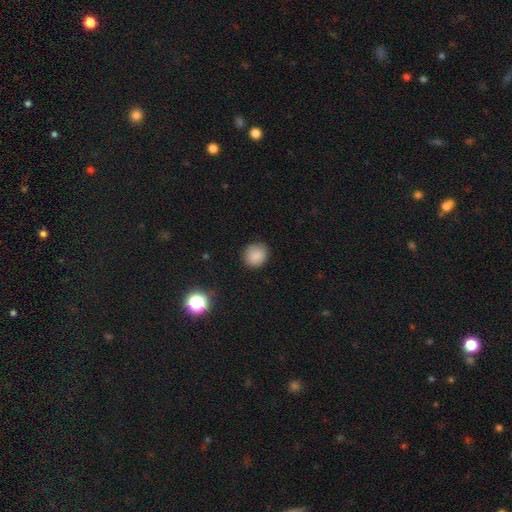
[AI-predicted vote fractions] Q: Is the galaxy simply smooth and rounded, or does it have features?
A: smooth — 85%.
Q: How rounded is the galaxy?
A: round — 80%.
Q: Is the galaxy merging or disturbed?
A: none — 87%.